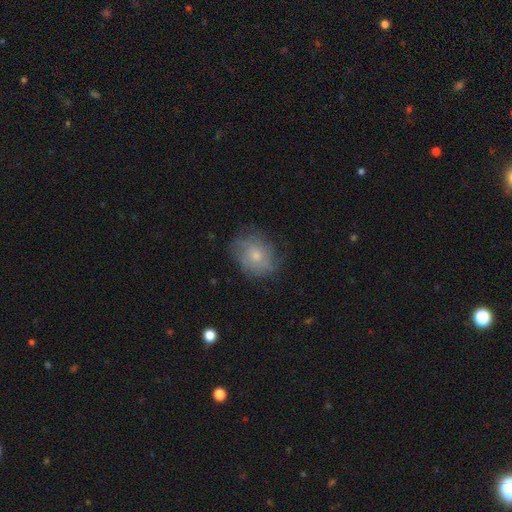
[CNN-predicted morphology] smooth-or-featured: smooth: 54% | featured or disk: 37% | star or artifact: 9%
  how-rounded: round: 57% | in between: 42% | cigar-shaped: 1%
  merging: none: 67% | minor disturbance: 23% | major disturbance: 9% | merger: 1%